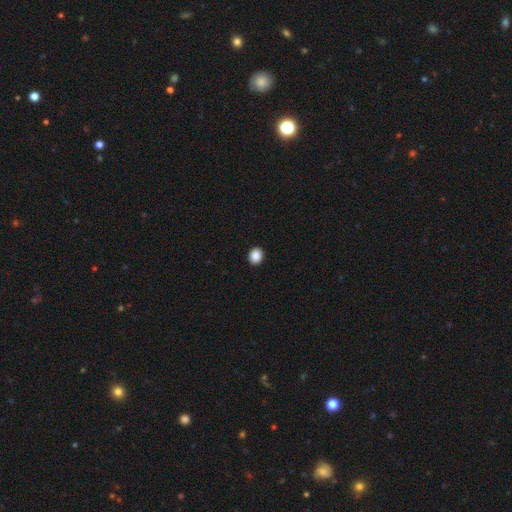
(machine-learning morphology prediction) smooth_or_featured: smooth (p=0.88) [alt: star or artifact p=0.09]
how_rounded: round (p=0.65) [alt: in between p=0.35]
merging: none (p=0.93) [alt: minor disturbance p=0.05]